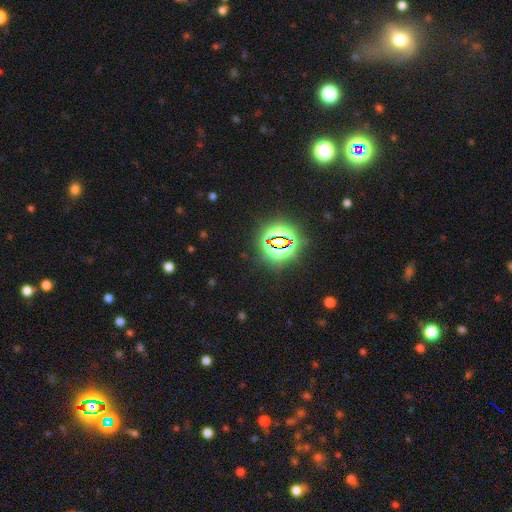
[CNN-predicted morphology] star or artifact 80%, smooth 13%, featured or disk 7%.